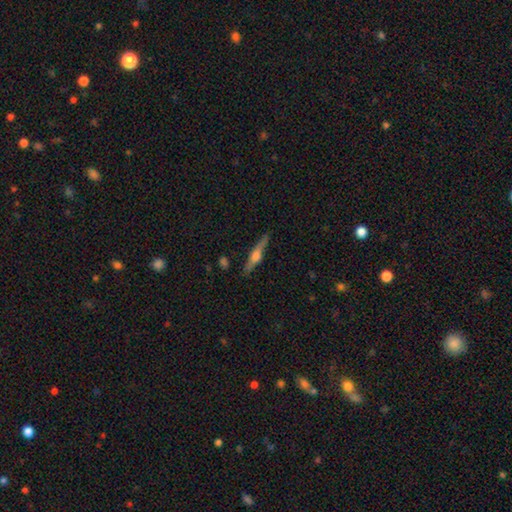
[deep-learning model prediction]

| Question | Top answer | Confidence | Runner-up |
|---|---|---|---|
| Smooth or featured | featured or disk | 70% | smooth (24%) |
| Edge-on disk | yes | 97% | no (3%) |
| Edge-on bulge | rounded | 90% | boxy (7%) |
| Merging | none | 87% | minor disturbance (9%) |